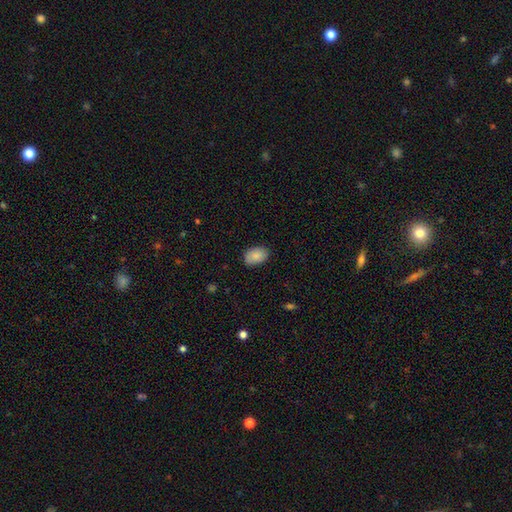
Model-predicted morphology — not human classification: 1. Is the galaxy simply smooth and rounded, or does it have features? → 88% smooth, 7% star or artifact, 6% featured or disk.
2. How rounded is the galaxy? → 86% in between, 13% round, 1% cigar-shaped.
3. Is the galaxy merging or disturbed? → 84% none, 13% minor disturbance, 2% major disturbance, 1% merger.